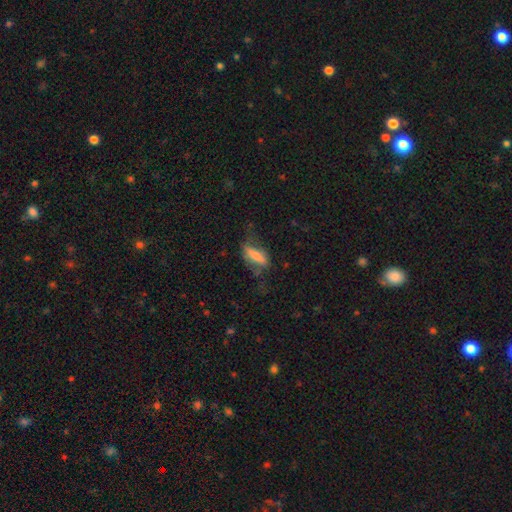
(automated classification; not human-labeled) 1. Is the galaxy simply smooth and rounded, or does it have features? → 56% smooth, 37% featured or disk, 8% star or artifact.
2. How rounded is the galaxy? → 55% in between, 42% cigar-shaped, 3% round.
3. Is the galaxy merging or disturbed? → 46% none, 26% minor disturbance, 26% major disturbance, 3% merger.